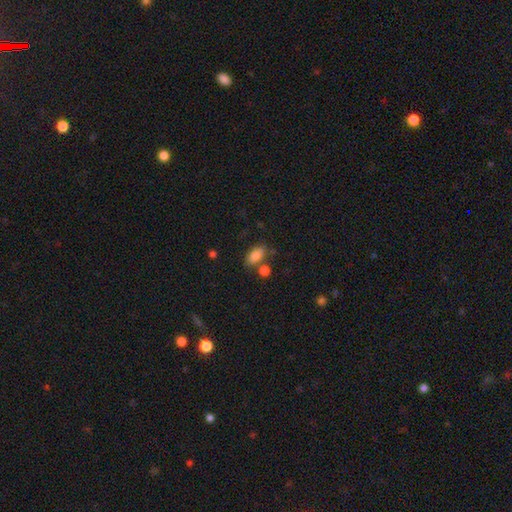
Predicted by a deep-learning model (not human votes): Smooth or featured?
  - smooth: 83% *
  - featured or disk: 9%
  - star or artifact: 8%
How rounded?
  - in between: 88% *
  - round: 6%
  - cigar-shaped: 6%
Merging?
  - none: 68% *
  - minor disturbance: 14%
  - merger: 14%
  - major disturbance: 4%